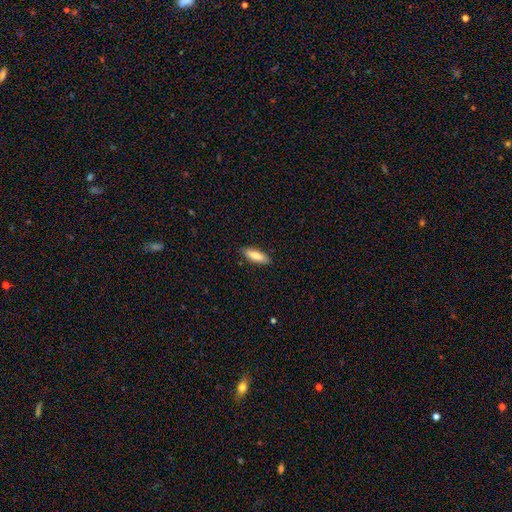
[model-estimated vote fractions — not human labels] Smooth or featured?
  - smooth: 79% *
  - featured or disk: 15%
  - star or artifact: 6%
How rounded?
  - in between: 58% *
  - cigar-shaped: 40%
  - round: 2%
Merging?
  - none: 88% *
  - minor disturbance: 9%
  - major disturbance: 2%
  - merger: 1%